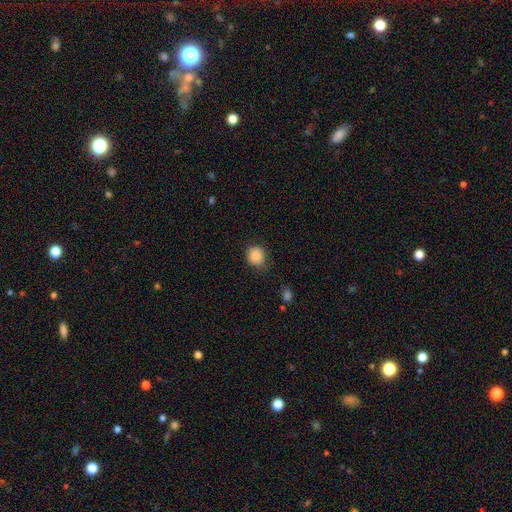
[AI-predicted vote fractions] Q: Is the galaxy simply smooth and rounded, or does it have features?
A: smooth — 87%.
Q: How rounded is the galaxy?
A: round — 80%.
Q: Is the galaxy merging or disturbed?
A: none — 77%.